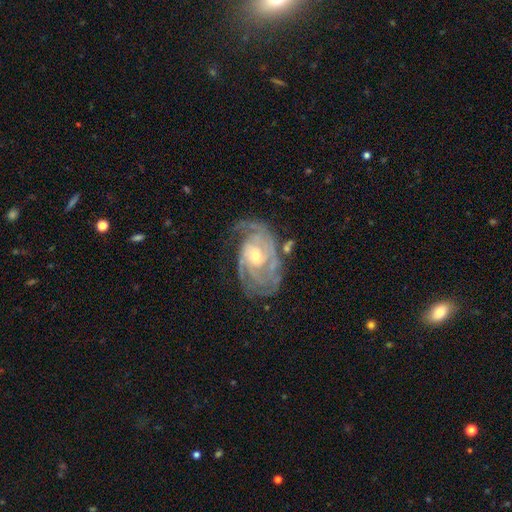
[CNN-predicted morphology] A featured or disk galaxy (90%) with no bar (56%), 3 (27%, tied with 2) tight (63%) spiral arms (97%) and a small central bulge (52%). Merging: none (63%).